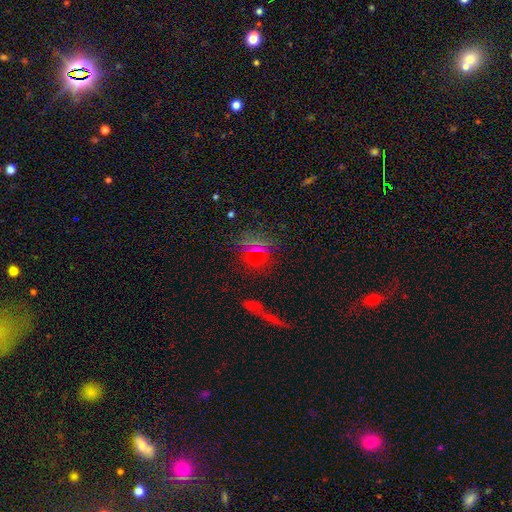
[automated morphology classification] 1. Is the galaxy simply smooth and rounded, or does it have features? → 49% smooth, 40% star or artifact, 11% featured or disk.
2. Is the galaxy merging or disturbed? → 74% none, 11% minor disturbance, 8% merger, 6% major disturbance.